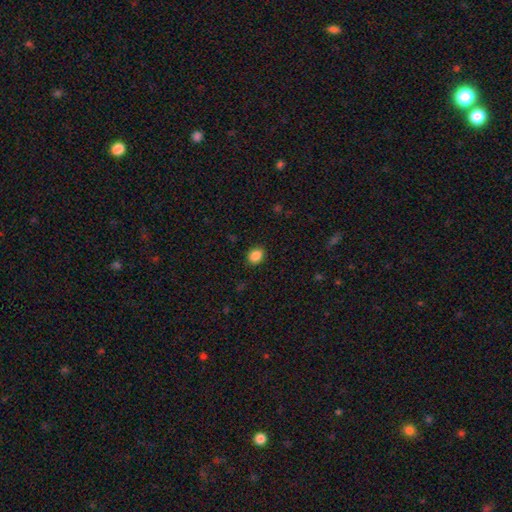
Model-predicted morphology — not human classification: Smooth or featured? Predicted: smooth (p=0.87). How rounded? Predicted: round (p=0.59). Merging? Predicted: none (p=0.89).